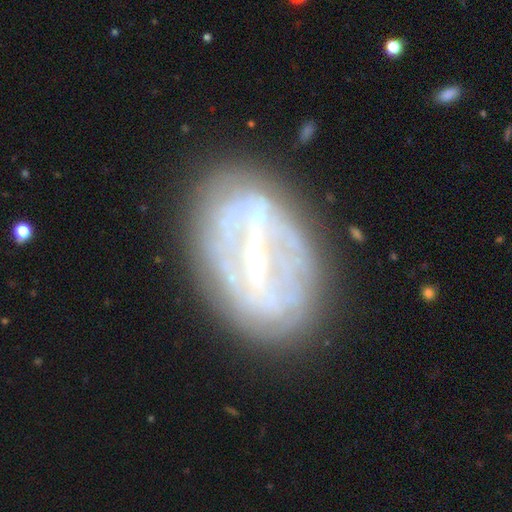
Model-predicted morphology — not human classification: Smooth or featured? featured or disk (79%)
Edge-on disk? no (94%)
Bar? strong (67%)
Spiral arms? yes (55%)
Bulge size? small (62%)
Merging? none (75%)